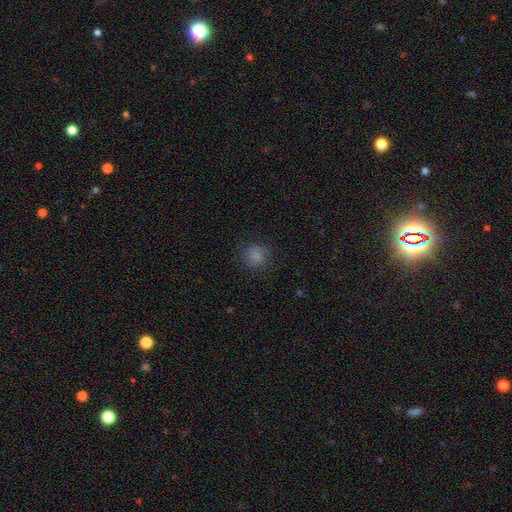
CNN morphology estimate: smooth_or_featured: smooth (p=0.81) [alt: star or artifact p=0.11]
how_rounded: round (p=0.84) [alt: in between p=0.15]
merging: none (p=0.79) [alt: minor disturbance p=0.14]